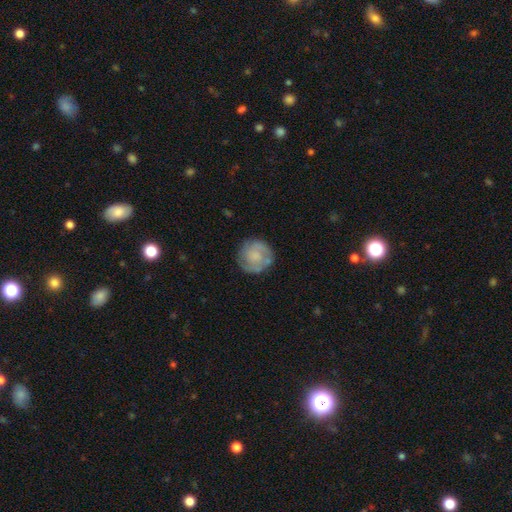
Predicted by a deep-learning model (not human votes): Smooth or featured?
  - featured or disk: 47% *
  - smooth: 46%
  - star or artifact: 6%
Merging?
  - none: 78% *
  - minor disturbance: 14%
  - major disturbance: 6%
  - merger: 2%